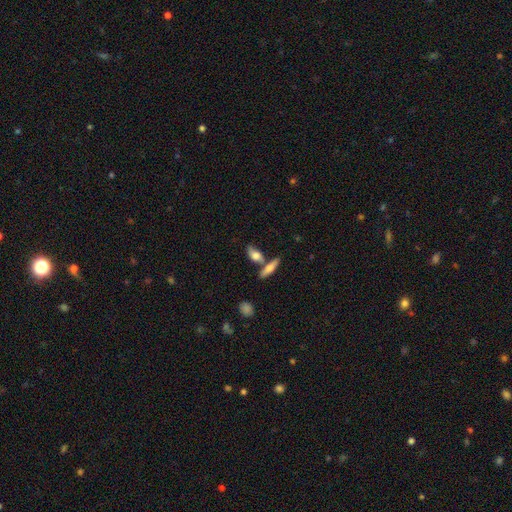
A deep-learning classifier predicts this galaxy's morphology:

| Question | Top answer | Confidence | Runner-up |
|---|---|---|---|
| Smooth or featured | smooth | 62% | featured or disk (30%) |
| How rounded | in between | 68% | cigar-shaped (24%) |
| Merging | none | 50% | merger (32%) |